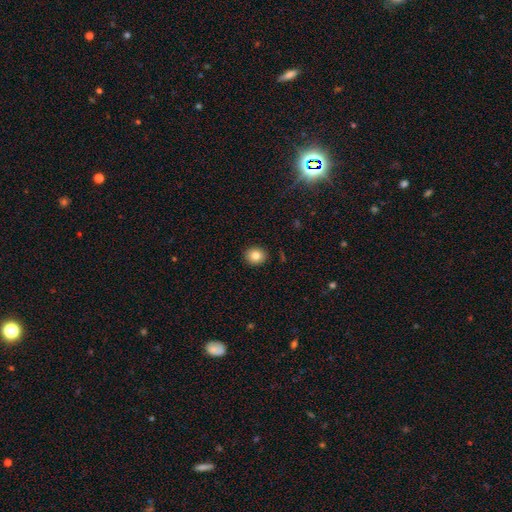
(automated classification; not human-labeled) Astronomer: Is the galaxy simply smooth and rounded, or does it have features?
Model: smooth — 83%.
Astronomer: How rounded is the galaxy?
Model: round — 75%.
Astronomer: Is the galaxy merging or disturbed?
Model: none — 91%.